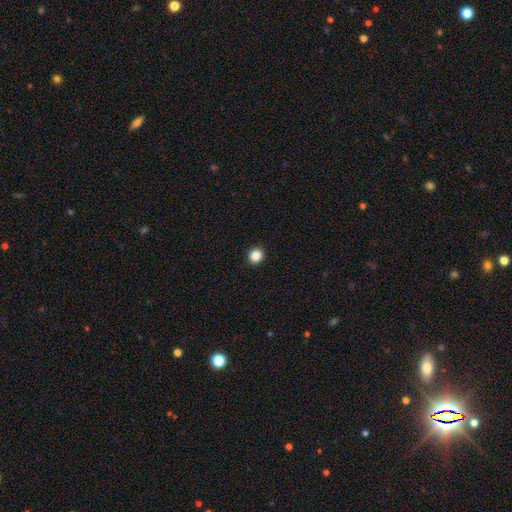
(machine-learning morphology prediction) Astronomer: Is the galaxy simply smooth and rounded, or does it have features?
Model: smooth — 87%.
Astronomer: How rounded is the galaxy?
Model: round — 89%.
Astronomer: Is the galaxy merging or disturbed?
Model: none — 93%.